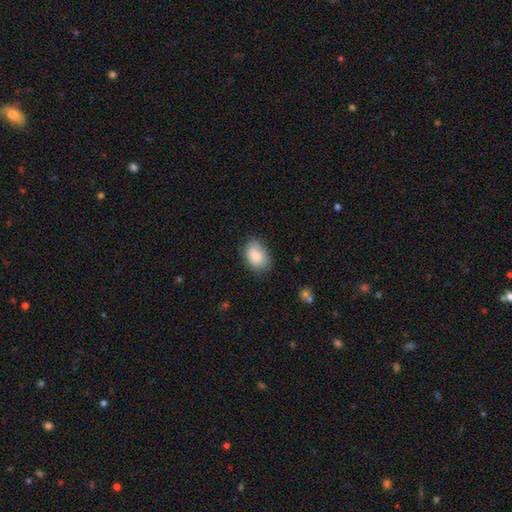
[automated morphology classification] smooth 85%, featured or disk 9%, star or artifact 7%. Down the decision tree: how rounded — in between (85%); merging — none (75%).